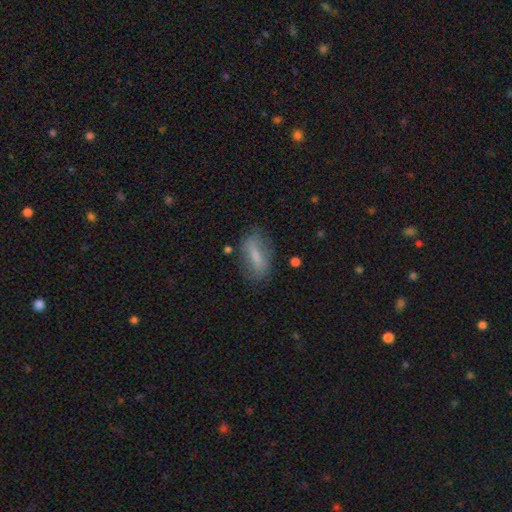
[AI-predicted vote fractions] Morphology: type=smooth (67%); roundness=in between (67%); merging=none (71%).